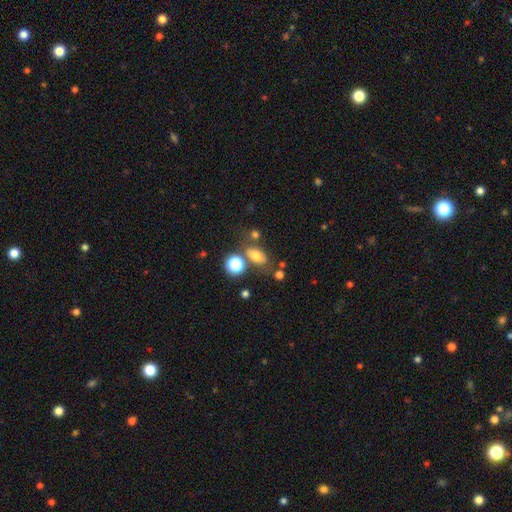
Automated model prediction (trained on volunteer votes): A smooth galaxy with no disk features (69%) that is in between round and cigar-shaped (75%).

Vote fractions:
- Smooth or featured? smooth: 69% / featured or disk: 16% / star or artifact: 15%
- How rounded? in between: 75% / round: 22% / cigar-shaped: 3%
- Merging? none: 63% / minor disturbance: 16% / merger: 14% / major disturbance: 7%